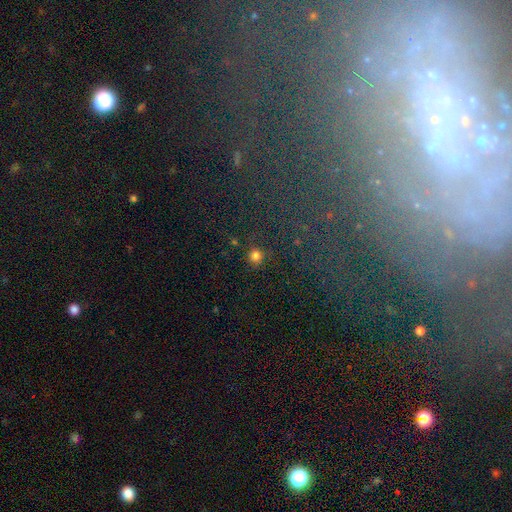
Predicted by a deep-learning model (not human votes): This is likely a smooth galaxy (78%). How rounded: clearly round (94%). Merging: clearly none (82%).